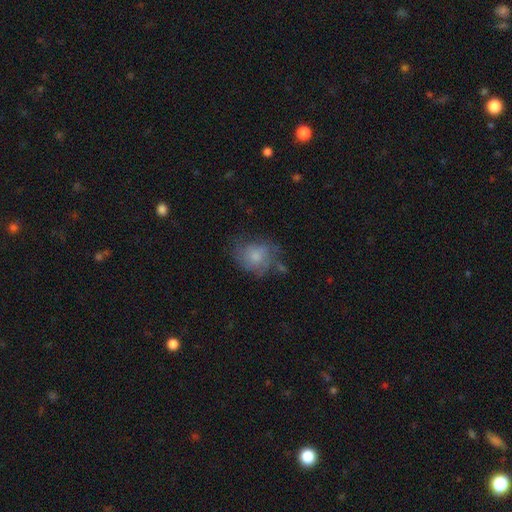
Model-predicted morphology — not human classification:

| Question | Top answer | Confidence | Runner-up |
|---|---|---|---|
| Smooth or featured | smooth | 62% | featured or disk (29%) |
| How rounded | round | 60% | in between (39%) |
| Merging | none | 50% | minor disturbance (29%) |